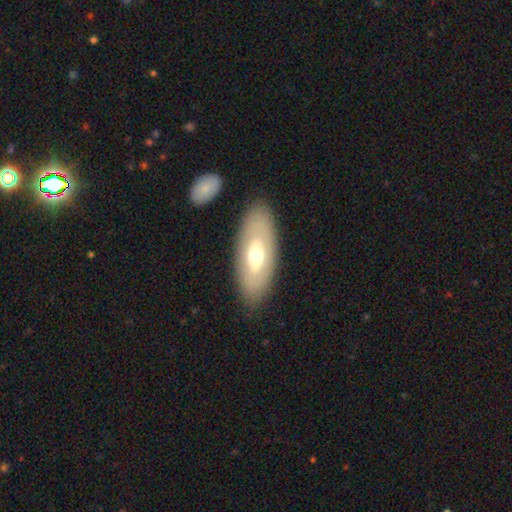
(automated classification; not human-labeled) smooth 49%, featured or disk 45%, star or artifact 6%. Down the decision tree: merging — none (84%).